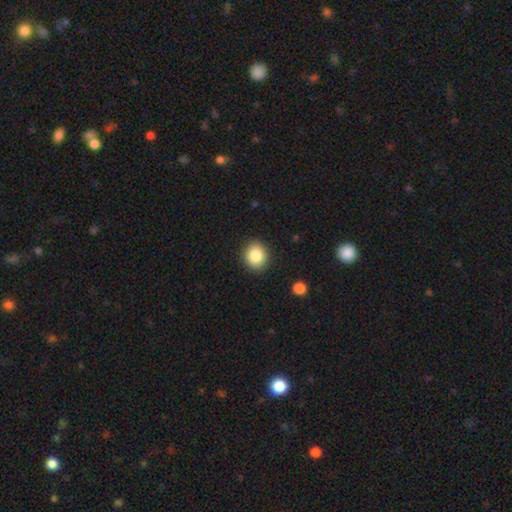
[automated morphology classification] smooth-or-featured: smooth: 85% | star or artifact: 9% | featured or disk: 6%
  how-rounded: round: 78% | in between: 22% | cigar-shaped: 1%
  merging: none: 90% | minor disturbance: 7% | major disturbance: 2% | merger: 1%